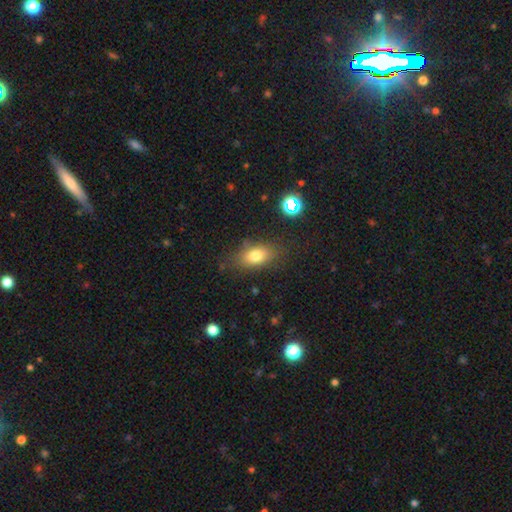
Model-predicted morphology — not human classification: Overall: smooth (76%). How rounded: in between (83%). Merging: none (77%).